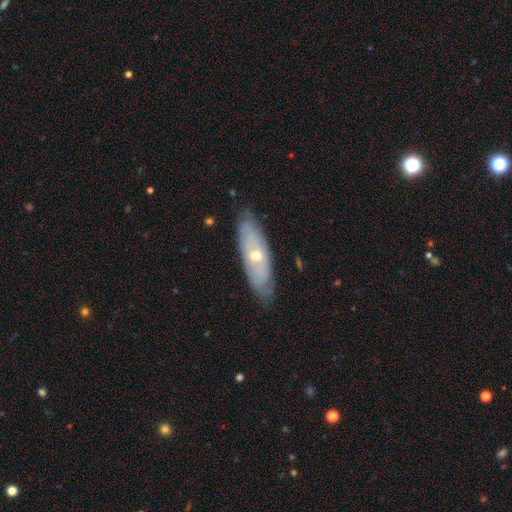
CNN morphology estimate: This is possibly a featured or disk galaxy (55%). It is likely not viewed edge-on (68%). Merging: likely none (79%).